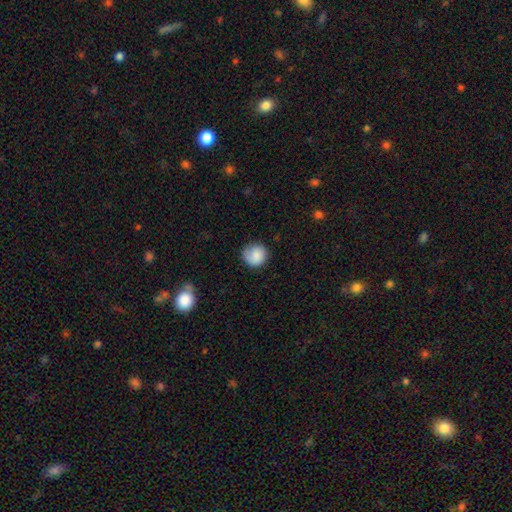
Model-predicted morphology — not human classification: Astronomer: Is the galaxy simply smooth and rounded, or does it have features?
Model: smooth — 86%.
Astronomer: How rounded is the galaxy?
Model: round — 91%.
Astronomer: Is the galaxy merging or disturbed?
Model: none — 77%.